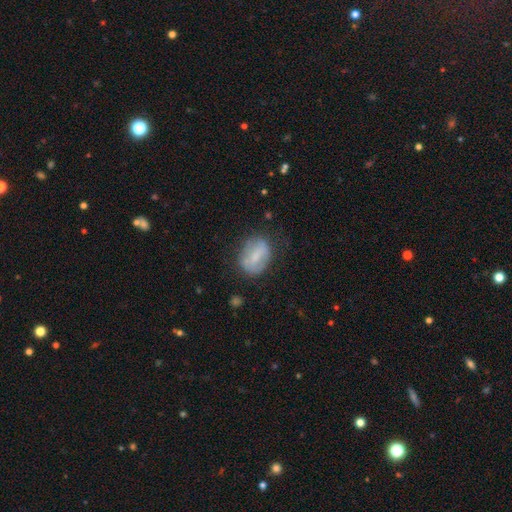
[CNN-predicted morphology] Q: Smooth or featured?
A: smooth (58%); runner-up: featured or disk (33%)
Q: How rounded?
A: in between (72%); runner-up: round (26%)
Q: Merging?
A: none (65%); runner-up: minor disturbance (23%)